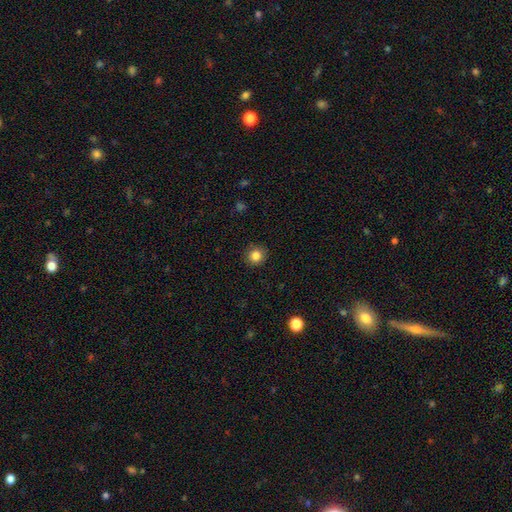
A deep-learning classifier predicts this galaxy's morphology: smooth-or-featured: smooth: 84% | star or artifact: 11% | featured or disk: 5%
  how-rounded: round: 92% | in between: 7% | cigar-shaped: 1%
  merging: none: 91% | minor disturbance: 6% | major disturbance: 2% | merger: 1%